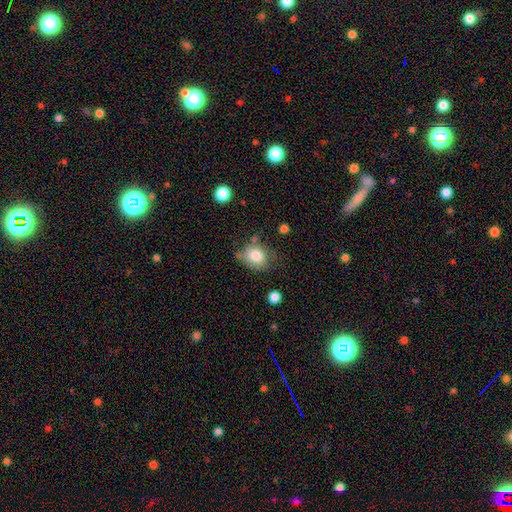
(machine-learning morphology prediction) A smooth galaxy with no disk features (81%) that is round (55%). Merging: none (56%).